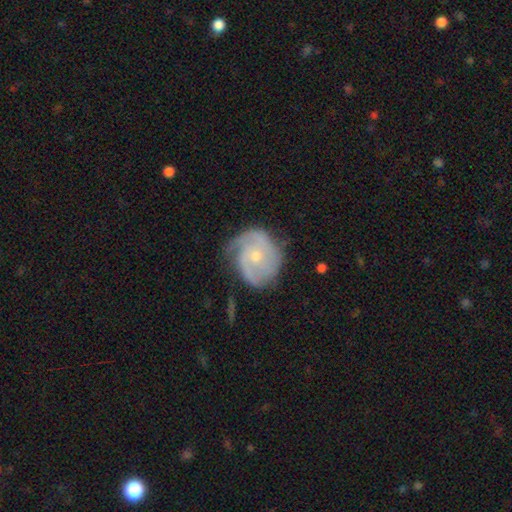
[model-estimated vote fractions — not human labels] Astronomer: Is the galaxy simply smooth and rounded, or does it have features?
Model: featured or disk — 79%.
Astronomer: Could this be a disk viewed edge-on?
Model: no — 98%.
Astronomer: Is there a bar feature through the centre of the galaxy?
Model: no — 76%.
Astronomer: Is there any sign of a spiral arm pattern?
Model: yes — 93%.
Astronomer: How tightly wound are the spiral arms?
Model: tight — 51% (runner-up: medium, 37%).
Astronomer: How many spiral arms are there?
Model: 2 — 38% (runner-up: 3, 25%).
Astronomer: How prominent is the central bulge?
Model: small — 60% (runner-up: moderate, 37%).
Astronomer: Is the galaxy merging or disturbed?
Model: none — 60%.